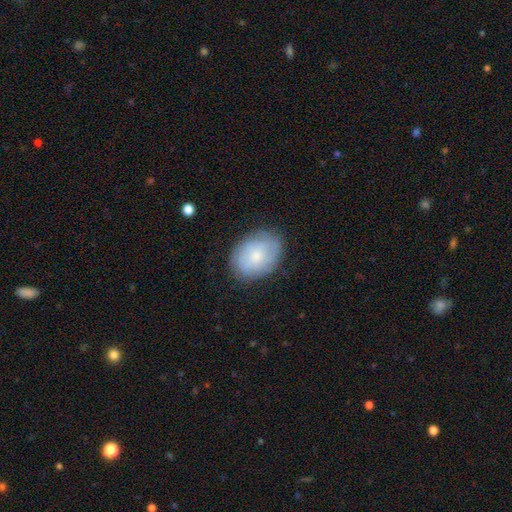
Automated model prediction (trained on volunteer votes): This is likely a smooth galaxy (68%). How rounded: likely in between (72%). Merging: clearly none (80%).